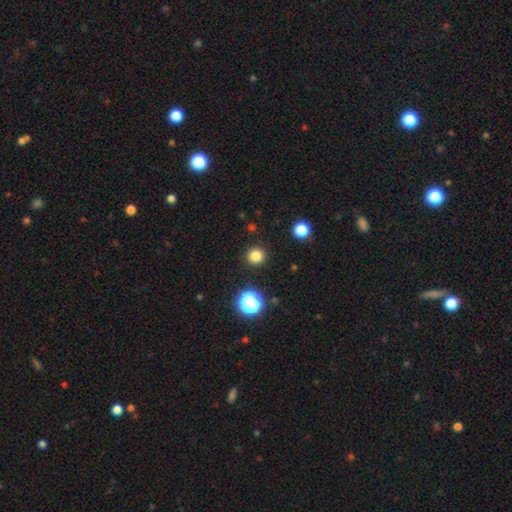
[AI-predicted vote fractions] A smooth galaxy with no disk features (82%) that is round (95%). Merging: none (92%).